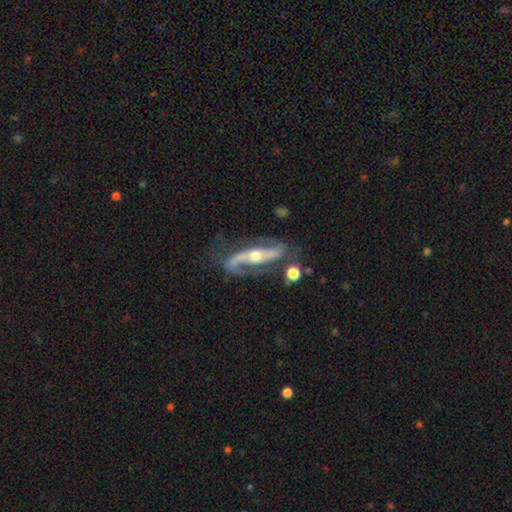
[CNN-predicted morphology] This appears to be a featured or disk galaxy (89%) with a strong bar (48%), 2 (90%) loose (48%) spiral arms (95%) and a moderate central bulge (67%). Merging: none (66%).